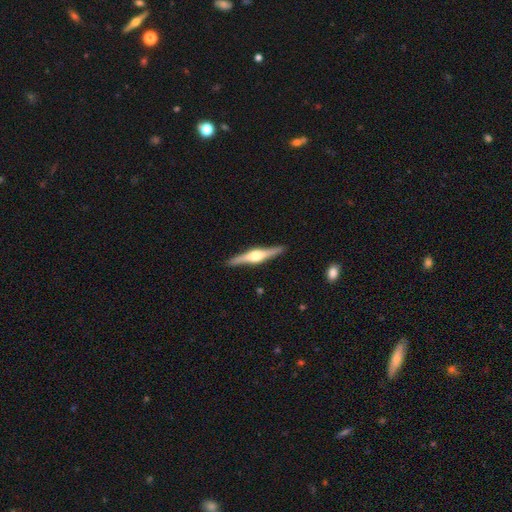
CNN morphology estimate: The model was most divided on "smooth or featured": featured or disk: 77%, smooth: 18%, star or artifact: 5%. More confident: edge-on disk — yes (98%); edge-on bulge — rounded (93%); merging — none (91%).